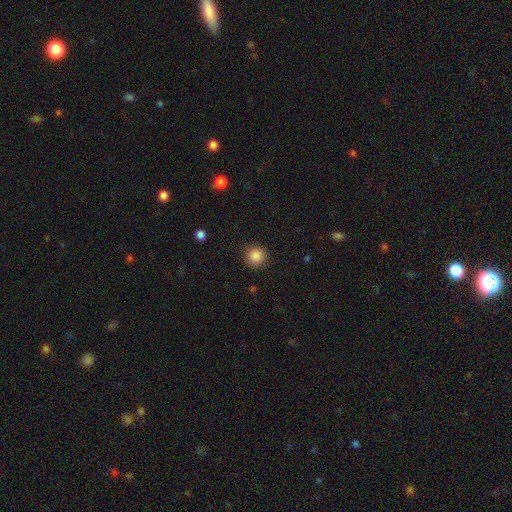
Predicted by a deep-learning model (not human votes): A smooth galaxy with no disk features (87%) that is round (93%).

Vote fractions:
- Smooth or featured? smooth: 87% / star or artifact: 10% / featured or disk: 3%
- How rounded? round: 93% / in between: 6% / cigar-shaped: 1%
- Merging? none: 89% / minor disturbance: 7% / major disturbance: 3% / merger: 1%